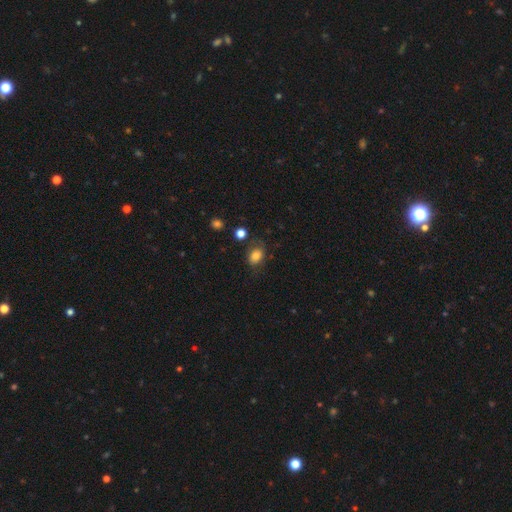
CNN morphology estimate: Smooth or featured? Predicted: smooth (p=0.79). How rounded? Predicted: in between (p=0.70). Merging? Predicted: none (p=0.64).